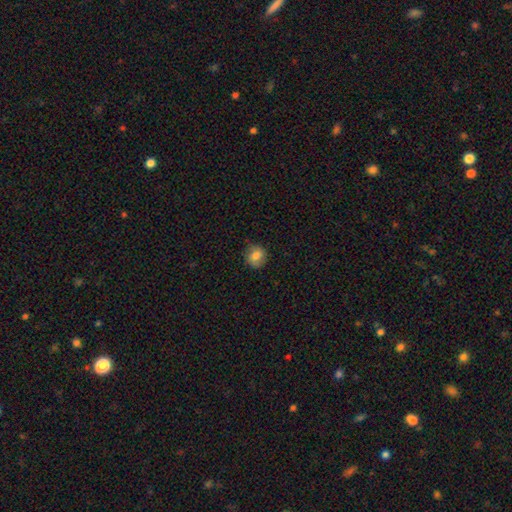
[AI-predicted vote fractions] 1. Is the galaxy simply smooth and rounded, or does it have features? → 79% smooth, 11% featured or disk, 10% star or artifact.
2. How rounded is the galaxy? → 81% round, 18% in between, 1% cigar-shaped.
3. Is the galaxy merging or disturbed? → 80% none, 15% minor disturbance, 3% major disturbance, 1% merger.